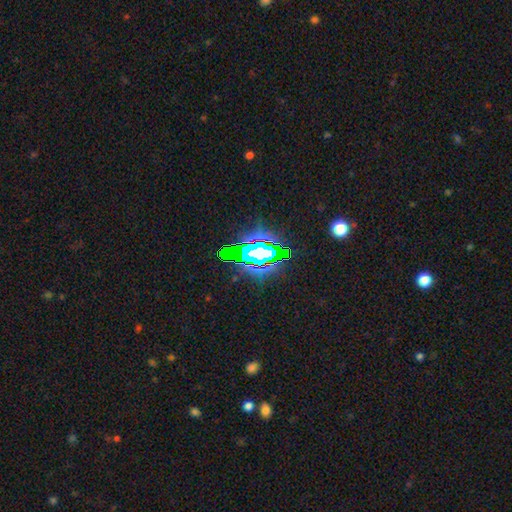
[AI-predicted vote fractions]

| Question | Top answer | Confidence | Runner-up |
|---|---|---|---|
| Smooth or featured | star or artifact | 72% | smooth (15%) |